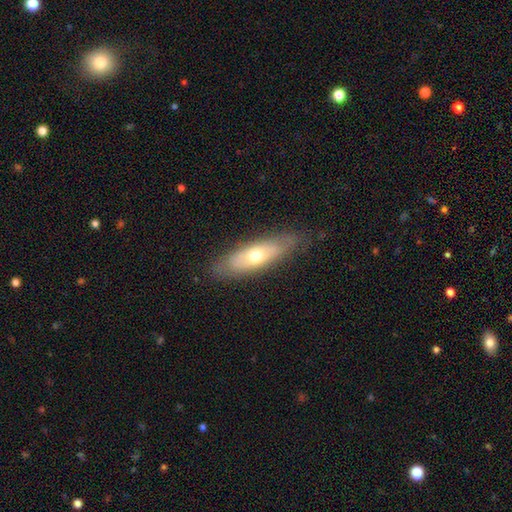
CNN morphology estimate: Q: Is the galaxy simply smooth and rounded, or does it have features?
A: smooth — 52%.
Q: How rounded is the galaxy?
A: in between — 51%.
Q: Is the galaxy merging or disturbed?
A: none — 80%.